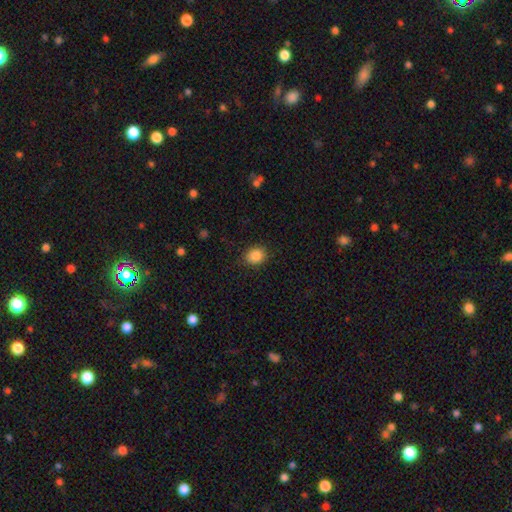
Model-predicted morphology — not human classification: The model was most divided on "how rounded": round: 63%, in between: 36%, cigar-shaped: 1%. More confident: smooth or featured — smooth (87%); merging — none (87%).